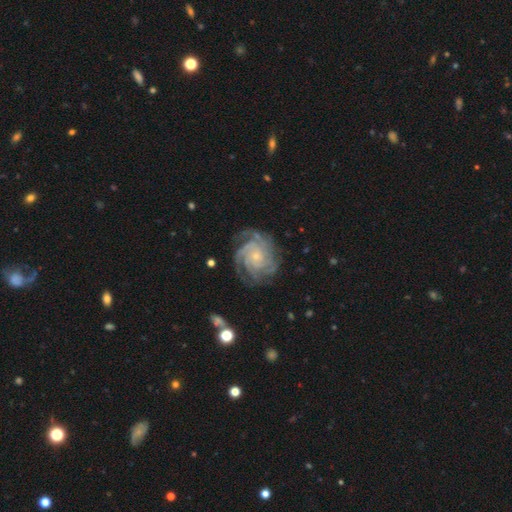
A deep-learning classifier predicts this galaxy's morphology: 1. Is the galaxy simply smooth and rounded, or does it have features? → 90% featured or disk, 5% star or artifact, 5% smooth.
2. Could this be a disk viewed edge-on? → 98% no, 2% yes.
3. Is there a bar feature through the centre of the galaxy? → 77% no, 18% weak, 5% strong.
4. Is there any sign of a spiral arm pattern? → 98% yes, 2% no.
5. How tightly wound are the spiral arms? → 73% tight, 24% medium, 3% loose.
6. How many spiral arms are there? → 35% 4, 21% 3, 15% can't tell, 14% more than 4, 9% 2, 7% 1.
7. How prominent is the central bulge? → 78% small, 17% moderate, 3% none, 1% large, 1% dominant.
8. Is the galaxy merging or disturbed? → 75% none, 16% minor disturbance, 7% major disturbance, 2% merger.